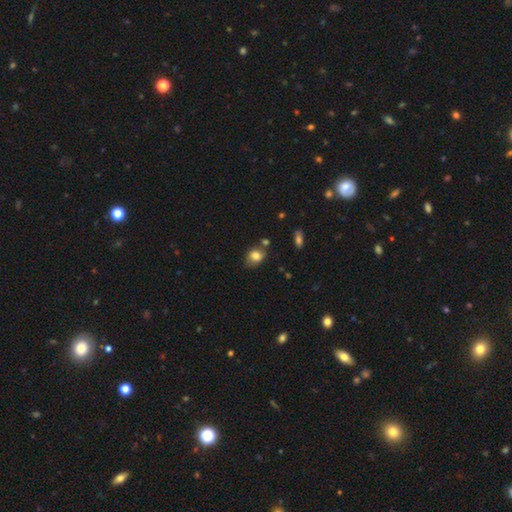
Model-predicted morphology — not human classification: A smooth galaxy with no disk features (81%) that is in between round and cigar-shaped (51%).

Vote fractions:
- Smooth or featured? smooth: 81% / star or artifact: 10% / featured or disk: 10%
- How rounded? in between: 51% / round: 48% / cigar-shaped: 1%
- Merging? none: 64% / minor disturbance: 21% / merger: 11% / major disturbance: 4%